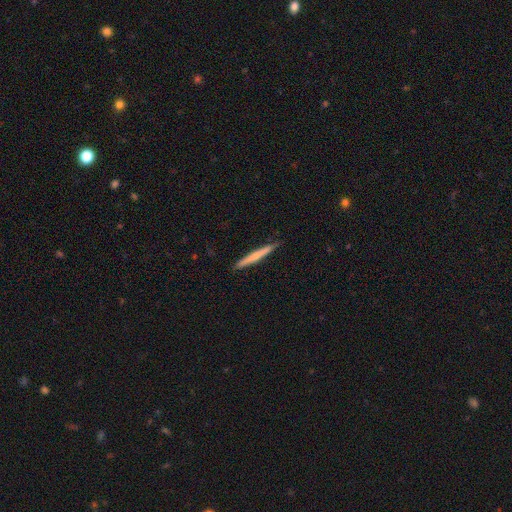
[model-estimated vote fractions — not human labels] Smooth or featured? smooth (56%)
How rounded? cigar-shaped (96%)
Merging? none (89%)